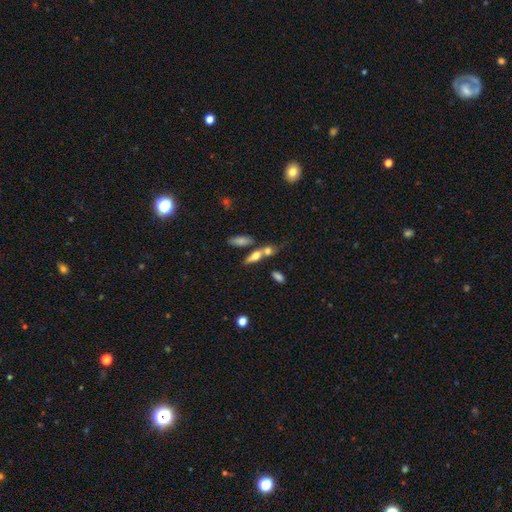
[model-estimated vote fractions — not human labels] Q: Smooth or featured?
A: smooth (59%); runner-up: featured or disk (31%)
Q: How rounded?
A: in between (52%); runner-up: cigar-shaped (40%)
Q: Merging?
A: none (47%); runner-up: merger (36%)